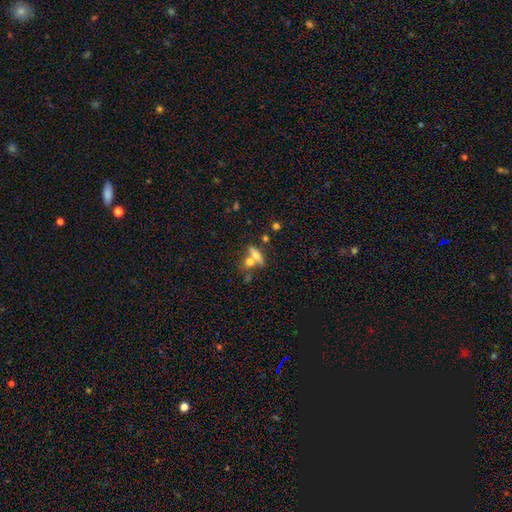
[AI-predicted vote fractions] Smooth or featured?
  - smooth: 57% *
  - featured or disk: 32%
  - star or artifact: 11%
How rounded?
  - in between: 48% *
  - cigar-shaped: 42%
  - round: 10%
Merging?
  - none: 43% *
  - merger: 42%
  - minor disturbance: 10%
  - major disturbance: 5%